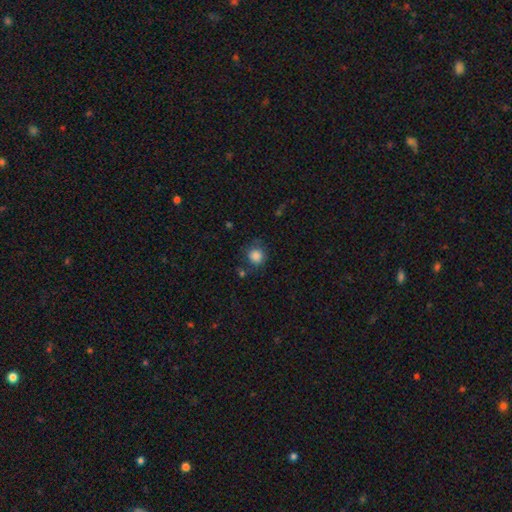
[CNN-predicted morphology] A smooth galaxy with no disk features (85%) that is round (88%). Merging: none (73%).